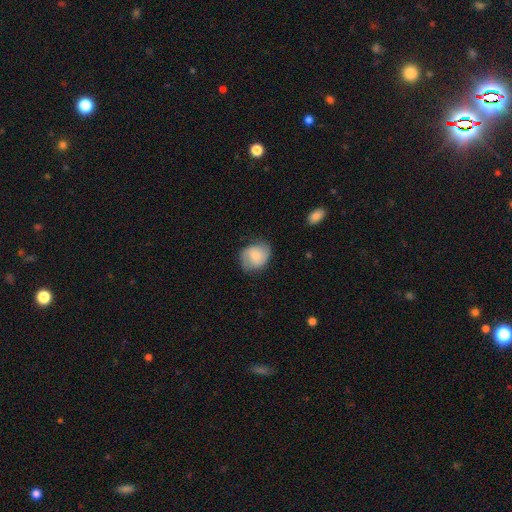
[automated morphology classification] This is possibly a smooth galaxy (58%). How rounded: possibly round (54%). Merging: likely none (69%).